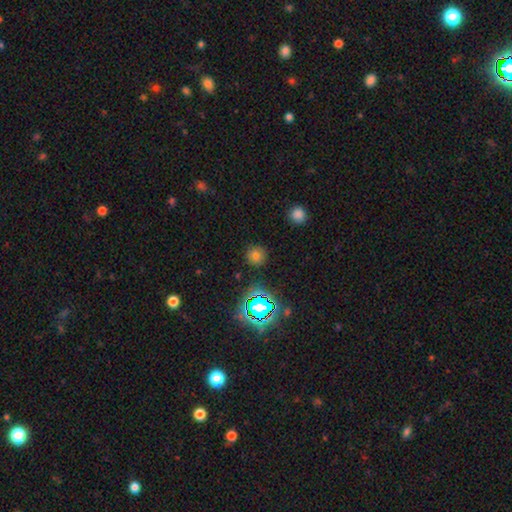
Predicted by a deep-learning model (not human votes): Smooth or featured? Predicted: smooth (p=0.68). How rounded? Predicted: round (p=0.92). Merging? Predicted: none (p=0.88).